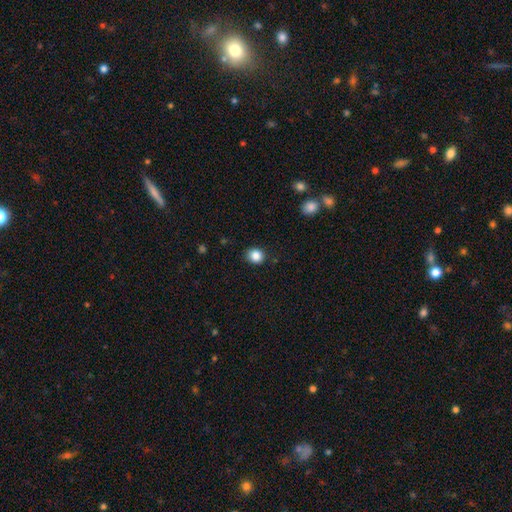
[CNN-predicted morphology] Smooth or featured: smooth — 85% (star or artifact — 10%)
How rounded: round — 77% (in between — 22%)
Merging: none — 88% (minor disturbance — 9%)